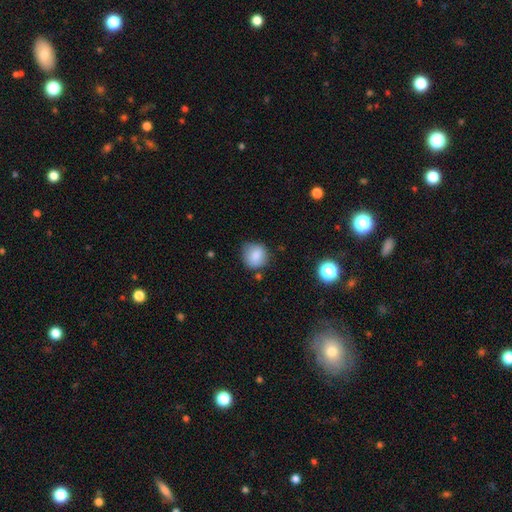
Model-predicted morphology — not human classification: The model was most divided on "merging": none: 73%, minor disturbance: 20%, major disturbance: 4%, merger: 3%. More confident: how rounded — round (84%); smooth or featured — smooth (84%).